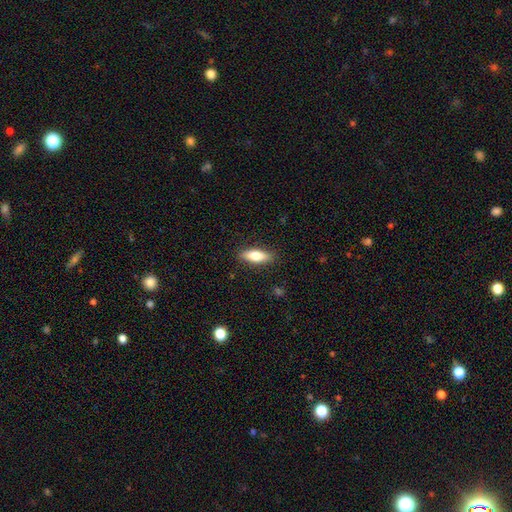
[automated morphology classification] Overall: smooth (70%). How rounded: in between (63%; cigar-shaped 35%). Merging: none (88%).